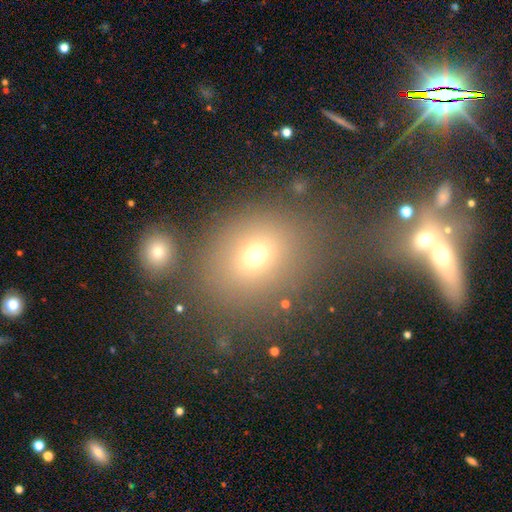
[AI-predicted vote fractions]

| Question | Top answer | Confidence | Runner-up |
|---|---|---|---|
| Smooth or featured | smooth | 62% | star or artifact (25%) |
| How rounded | round | 59% | in between (39%) |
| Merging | none | 71% | merger (12%) |